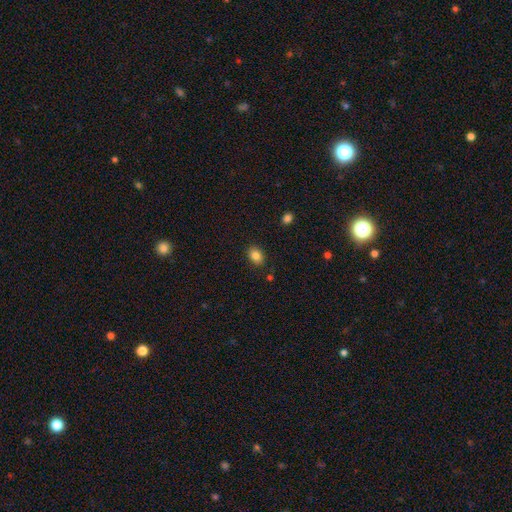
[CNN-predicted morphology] smooth-or-featured: smooth: 84% | star or artifact: 9% | featured or disk: 6%
  how-rounded: in between: 74% | round: 25% | cigar-shaped: 1%
  merging: none: 86% | minor disturbance: 9% | major disturbance: 2% | merger: 2%